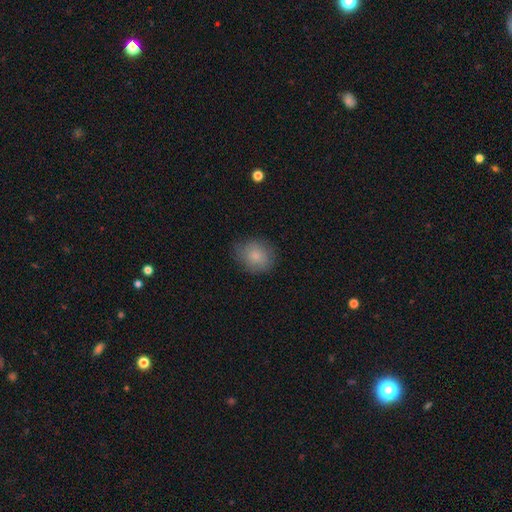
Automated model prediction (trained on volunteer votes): Q: Smooth or featured?
A: smooth (83%); runner-up: featured or disk (9%)
Q: How rounded?
A: round (64%); runner-up: in between (35%)
Q: Merging?
A: none (76%); runner-up: minor disturbance (19%)